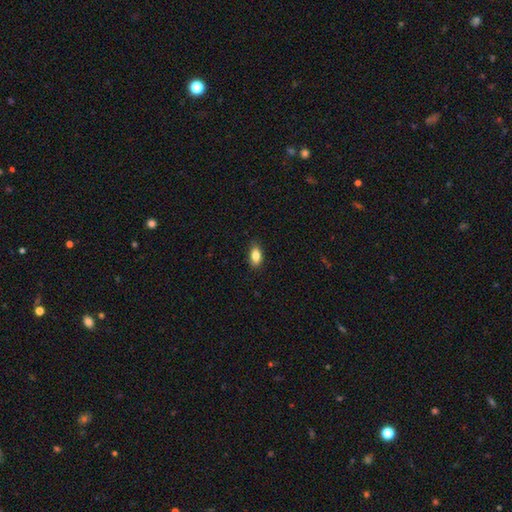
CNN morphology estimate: A smooth galaxy with no disk features (84%) that is in between round and cigar-shaped (89%).

Vote fractions:
- Smooth or featured? smooth: 84% / featured or disk: 8% / star or artifact: 8%
- How rounded? in between: 89% / cigar-shaped: 6% / round: 5%
- Merging? none: 85% / minor disturbance: 12% / major disturbance: 2% / merger: 1%